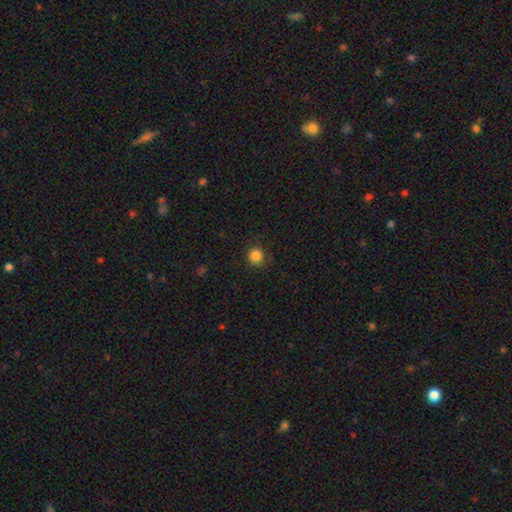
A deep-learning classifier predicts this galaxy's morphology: This is clearly a smooth galaxy (85%). How rounded: clearly round (94%). Merging: clearly none (87%).